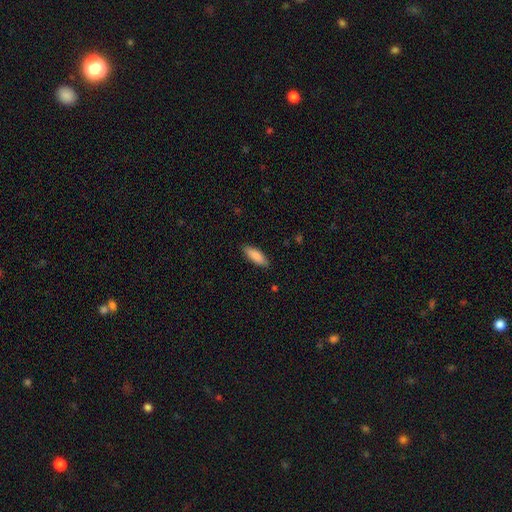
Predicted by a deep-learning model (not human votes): Smooth or featured? smooth (87%)
How rounded? in between (63%)
Merging? none (87%)